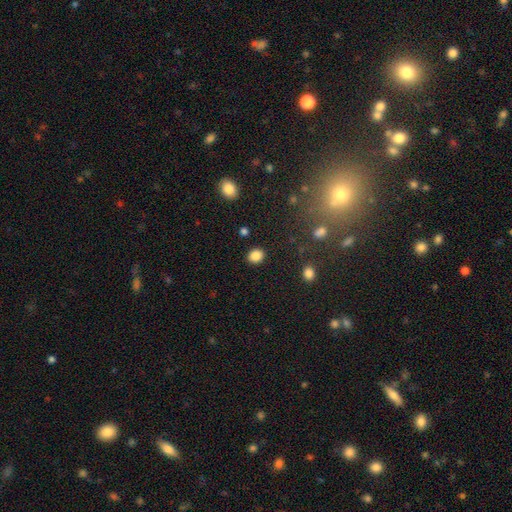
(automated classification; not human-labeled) smooth-or-featured: smooth: 86% | star or artifact: 10% | featured or disk: 4%
  how-rounded: round: 62% | in between: 37% | cigar-shaped: 1%
  merging: none: 88% | minor disturbance: 8% | major disturbance: 3% | merger: 2%